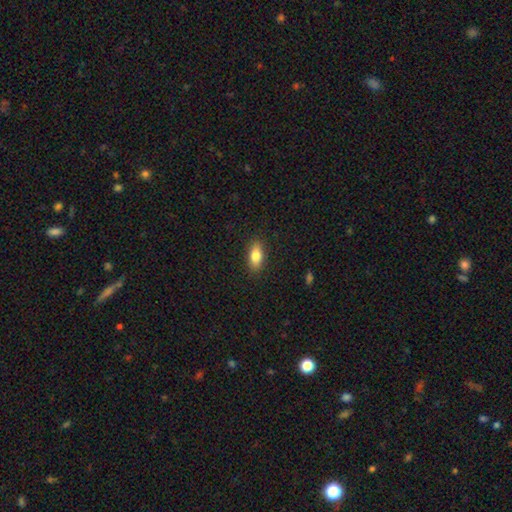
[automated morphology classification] smooth 80%, featured or disk 13%, star or artifact 7%. Down the decision tree: how rounded — in between (82%); merging — none (88%).